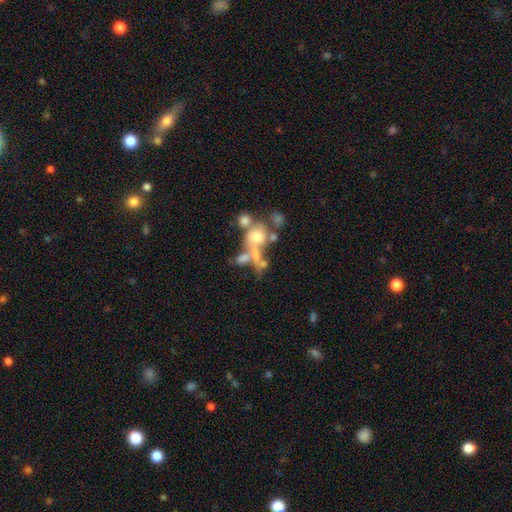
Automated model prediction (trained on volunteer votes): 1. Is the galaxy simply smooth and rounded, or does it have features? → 51% smooth, 33% featured or disk, 17% star or artifact.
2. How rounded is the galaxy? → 46% round, 44% in between, 10% cigar-shaped.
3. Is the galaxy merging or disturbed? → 45% merger, 28% none, 17% major disturbance, 10% minor disturbance.